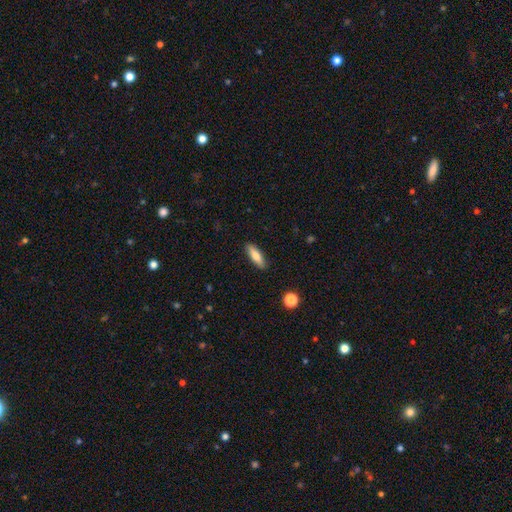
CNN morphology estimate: The model was most divided on "how rounded": cigar-shaped: 52%, in between: 46%, round: 2%. More confident: merging — none (89%); smooth or featured — smooth (76%).